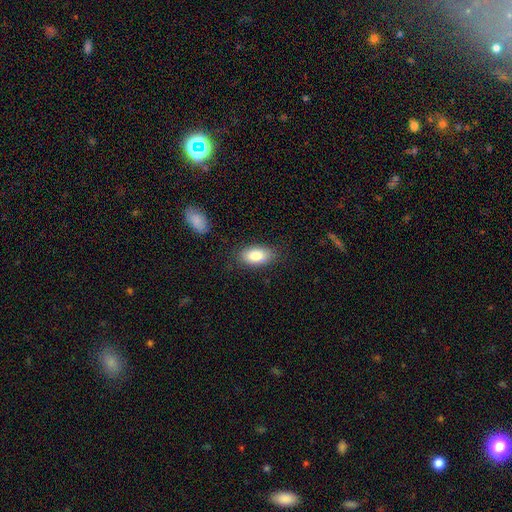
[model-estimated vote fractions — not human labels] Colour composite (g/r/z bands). It shows a smooth galaxy with no disk features (86%) that is in between round and cigar-shaped (92%). Merging: none (82%).